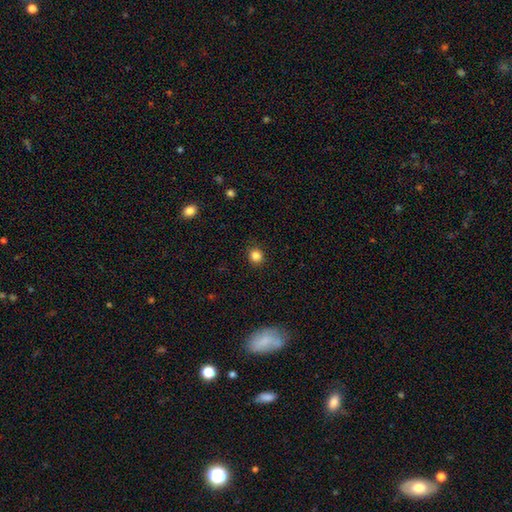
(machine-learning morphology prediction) Smooth or featured? smooth (84%)
How rounded? round (89%)
Merging? none (91%)